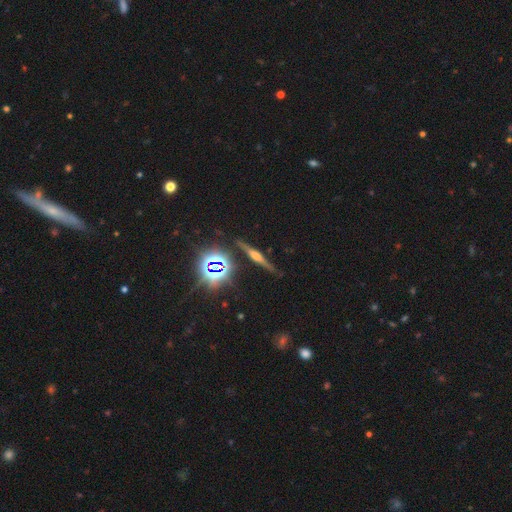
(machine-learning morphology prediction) A featured or disk galaxy (62%) viewed edge-on (96%) with a rounded central bulge (79%).

Vote fractions:
- Smooth or featured? featured or disk: 62% / star or artifact: 22% / smooth: 16%
- Edge-on disk? yes: 96% / no: 4%
- Edge-on bulge? rounded: 79% / boxy: 14% / none: 7%
- Merging? none: 86% / minor disturbance: 9% / major disturbance: 2% / merger: 2%